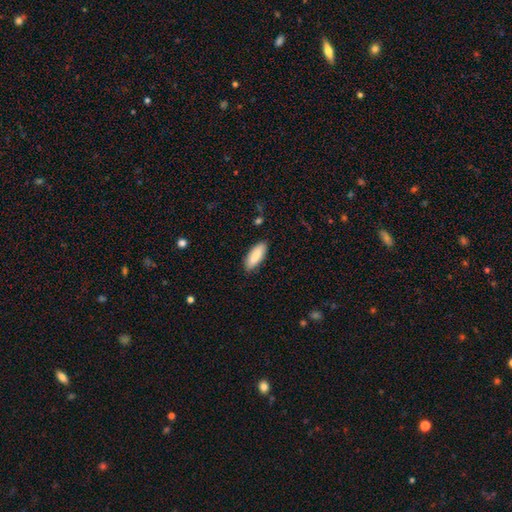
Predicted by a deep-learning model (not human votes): This appears to be a smooth galaxy with no disk features (86%) that is in between round and cigar-shaped (74%). Merging: none (87%).